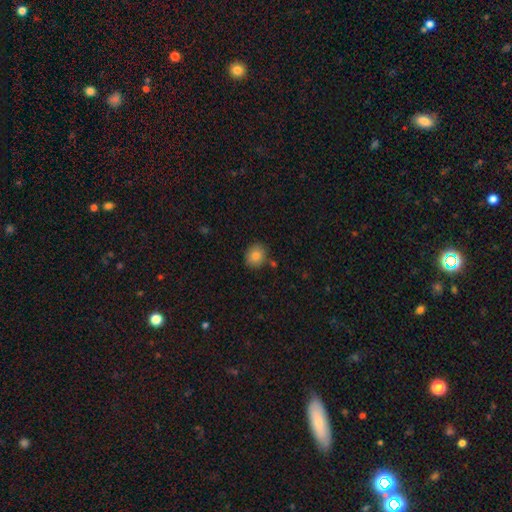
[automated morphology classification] Overall: smooth (83%). How rounded: round (65%; in between 34%). Merging: none (81%).